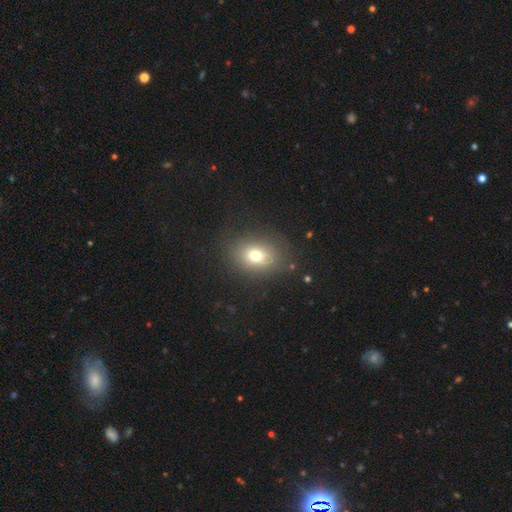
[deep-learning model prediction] A smooth galaxy with no disk features (73%) that is in between round and cigar-shaped (58%). Merging: none (83%).